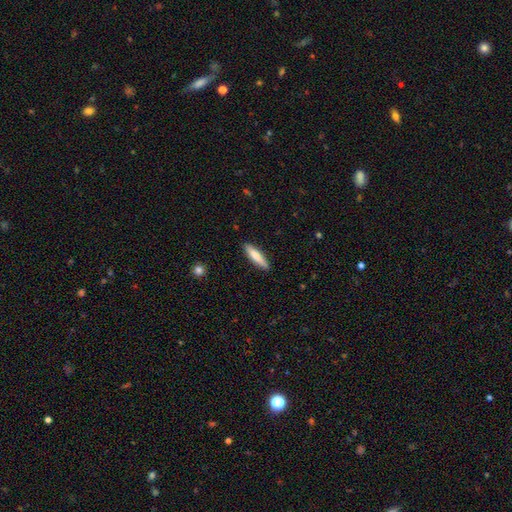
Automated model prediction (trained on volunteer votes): smooth 74%, featured or disk 21%, star or artifact 5%. Down the decision tree: how rounded — cigar-shaped (79%); merging — none (89%).